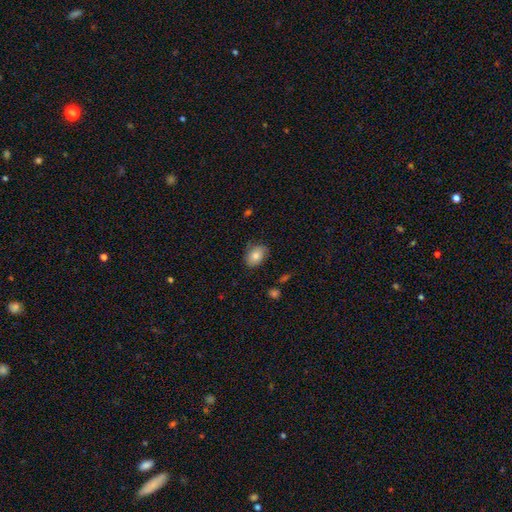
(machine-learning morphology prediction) smooth 79%, featured or disk 13%, star or artifact 8%. Down the decision tree: how rounded — in between (72%); merging — none (74%).